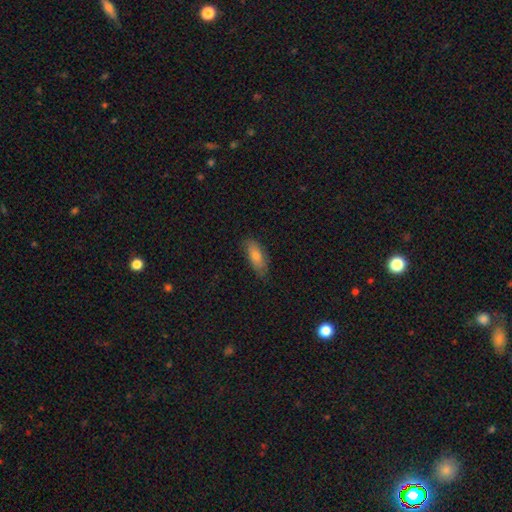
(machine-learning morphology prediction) smooth-or-featured: smooth: 74% | featured or disk: 18% | star or artifact: 8%
  how-rounded: in between: 73% | cigar-shaped: 24% | round: 2%
  merging: none: 77% | minor disturbance: 18% | major disturbance: 3% | merger: 1%